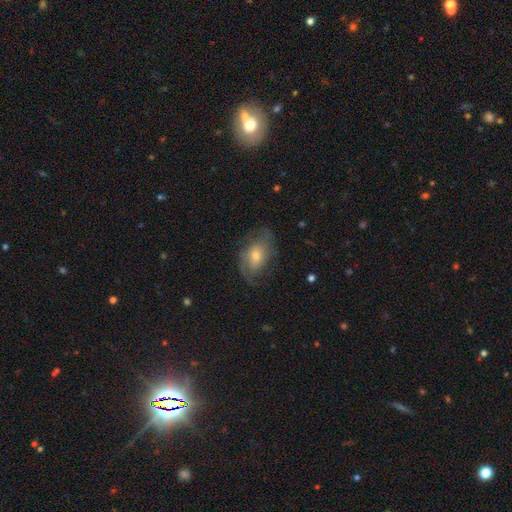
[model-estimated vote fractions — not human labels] featured or disk 65%, smooth 26%, star or artifact 9%. Down the decision tree: edge-on disk — no (95%); bar — no (64%); spiral arms — yes (86%); spiral arm count — 2 (70%); spiral winding — medium (45%); bulge size — moderate (48%); merging — none (66%).